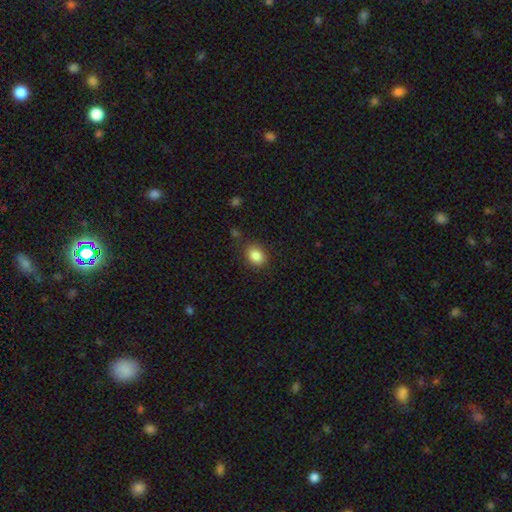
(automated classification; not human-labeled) This is clearly a smooth galaxy (86%). How rounded: possibly round (50%). Merging: clearly none (81%).